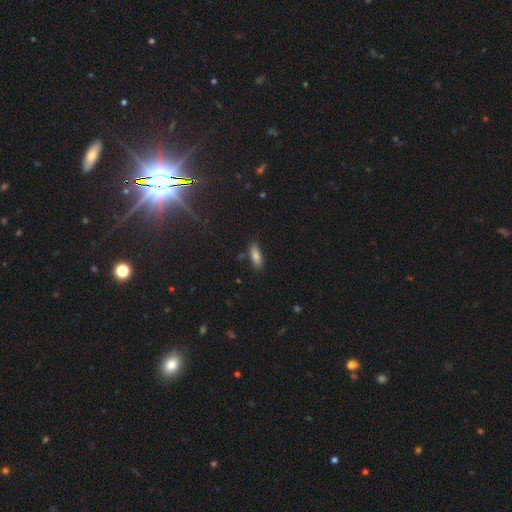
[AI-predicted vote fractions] Overall: smooth (81%). How rounded: in between (69%). Merging: none (83%).